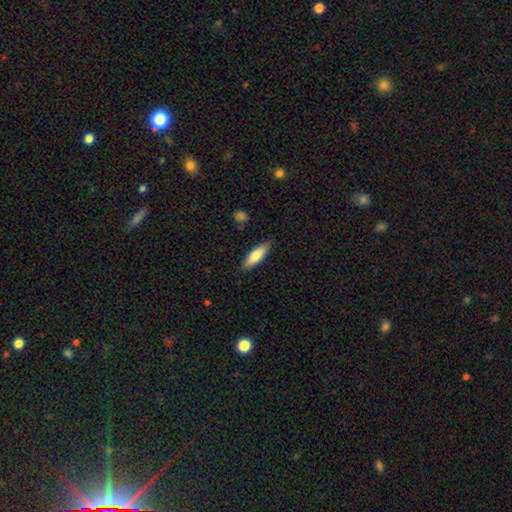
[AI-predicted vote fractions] smooth_or_featured: smooth (p=0.75) [alt: featured or disk p=0.19]
how_rounded: cigar-shaped (p=0.50) [alt: in between p=0.48]
merging: none (p=0.84) [alt: minor disturbance p=0.12]